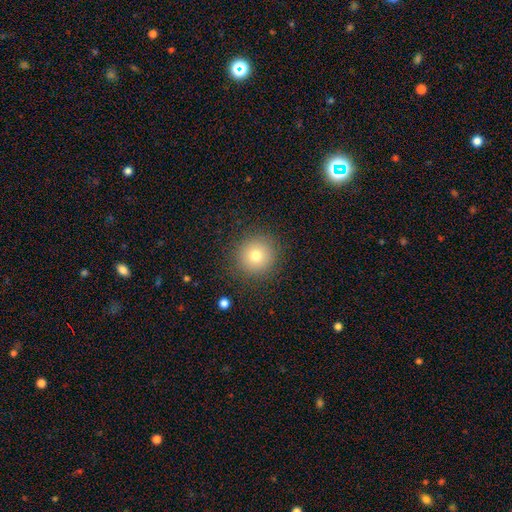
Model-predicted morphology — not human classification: Q: Smooth or featured?
A: smooth (76%); runner-up: star or artifact (13%)
Q: How rounded?
A: round (94%); runner-up: in between (5%)
Q: Merging?
A: none (89%); runner-up: minor disturbance (7%)